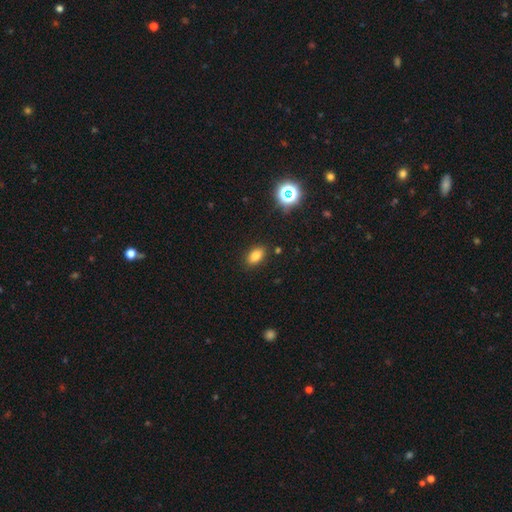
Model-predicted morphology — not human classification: The model was most divided on "smooth or featured": smooth: 81%, star or artifact: 12%, featured or disk: 7%. More confident: how rounded — in between (88%); merging — none (86%).